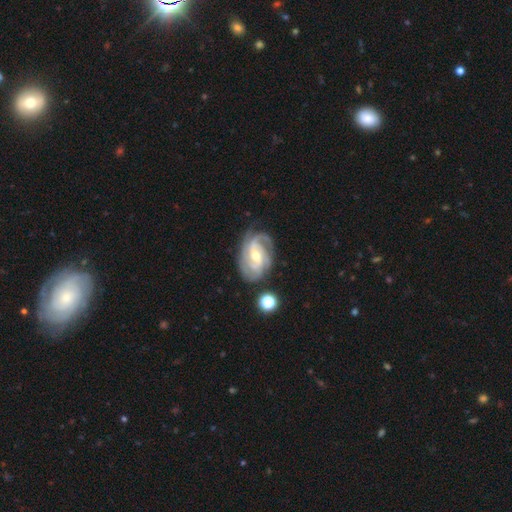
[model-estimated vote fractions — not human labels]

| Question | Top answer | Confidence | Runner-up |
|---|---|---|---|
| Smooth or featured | featured or disk | 91% | smooth (5%) |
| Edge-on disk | no | 97% | yes (3%) |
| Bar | weak | 48% | no (31%) |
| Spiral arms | yes | 98% | no (2%) |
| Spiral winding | tight | 56% | medium (37%) |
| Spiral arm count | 3 | 46% | 2 (19%) |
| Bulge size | moderate | 55% | small (41%) |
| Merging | none | 74% | minor disturbance (17%) |